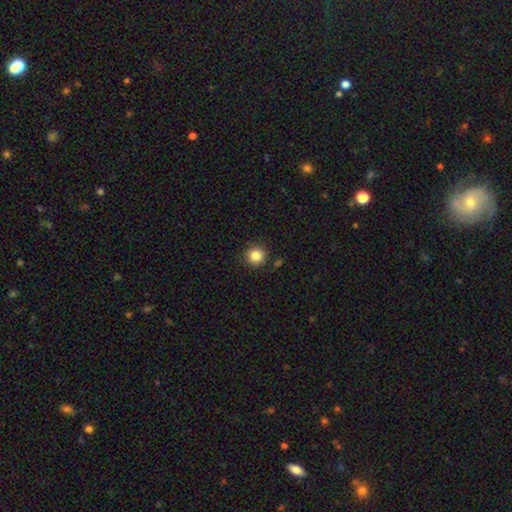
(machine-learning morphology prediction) smooth-or-featured: smooth: 84% | star or artifact: 11% | featured or disk: 5%
  how-rounded: round: 95% | in between: 4% | cigar-shaped: 1%
  merging: none: 88% | minor disturbance: 7% | merger: 2% | major disturbance: 2%